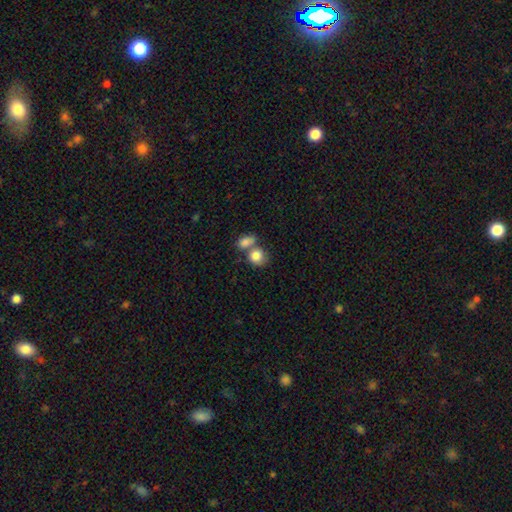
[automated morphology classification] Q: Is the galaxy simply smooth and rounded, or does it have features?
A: smooth — 83%.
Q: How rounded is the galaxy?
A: round — 63%.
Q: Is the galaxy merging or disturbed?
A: merger — 51%.